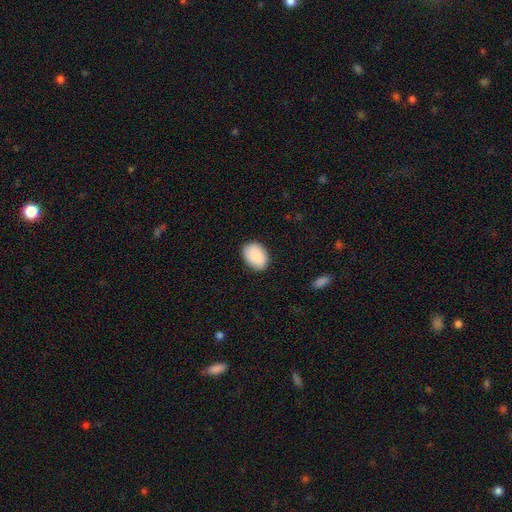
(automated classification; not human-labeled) smooth-or-featured: smooth: 90% | star or artifact: 6% | featured or disk: 4%
  how-rounded: in between: 81% | round: 18% | cigar-shaped: 1%
  merging: none: 86% | minor disturbance: 11% | major disturbance: 2% | merger: 1%